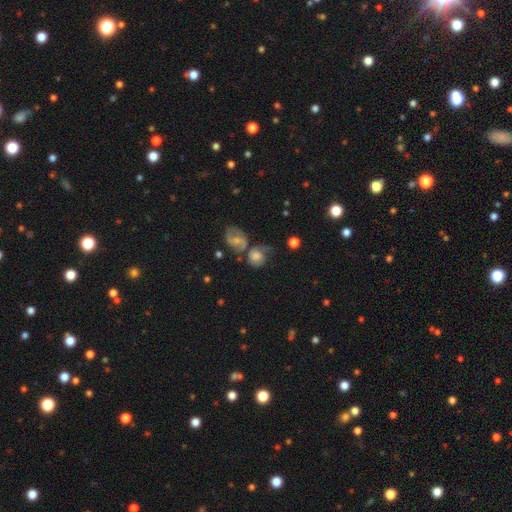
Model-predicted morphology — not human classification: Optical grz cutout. It shows a smooth galaxy with no disk features (48%). Merging: none (40%).